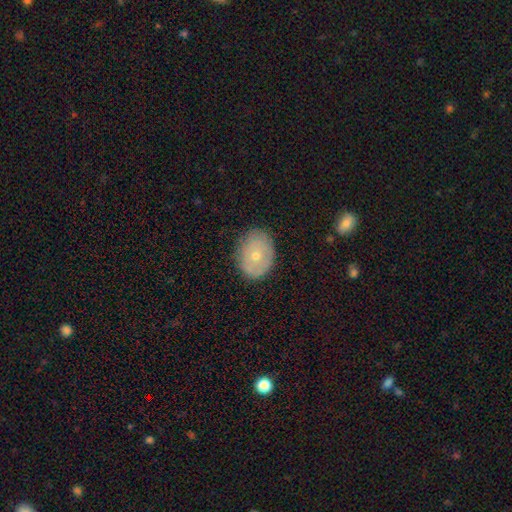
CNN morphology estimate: This is possibly a smooth galaxy (55%). How rounded: likely in between (62%). Merging: clearly none (82%).